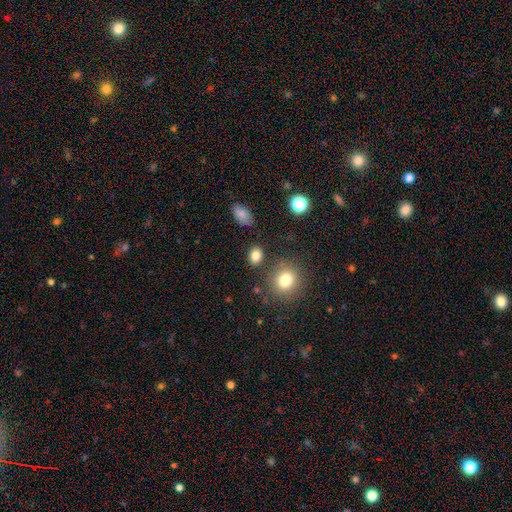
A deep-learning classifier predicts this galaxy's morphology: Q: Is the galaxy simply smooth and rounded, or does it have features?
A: smooth — 83%.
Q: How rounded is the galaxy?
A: in between — 60%.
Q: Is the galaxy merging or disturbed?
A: none — 83%.